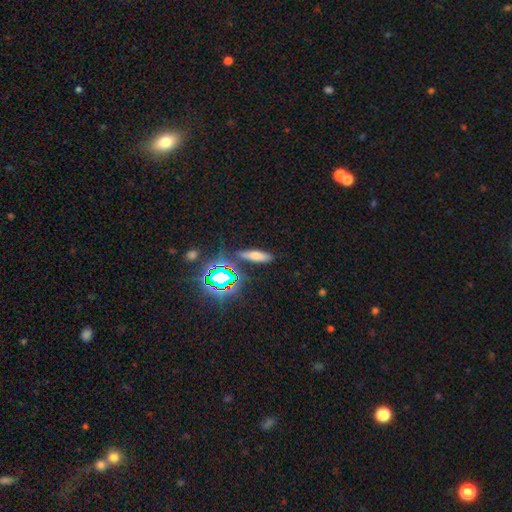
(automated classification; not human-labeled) smooth-or-featured: smooth: 62% | star or artifact: 23% | featured or disk: 15%
  how-rounded: cigar-shaped: 62% | in between: 32% | round: 6%
  merging: none: 82% | minor disturbance: 11% | merger: 4% | major disturbance: 4%